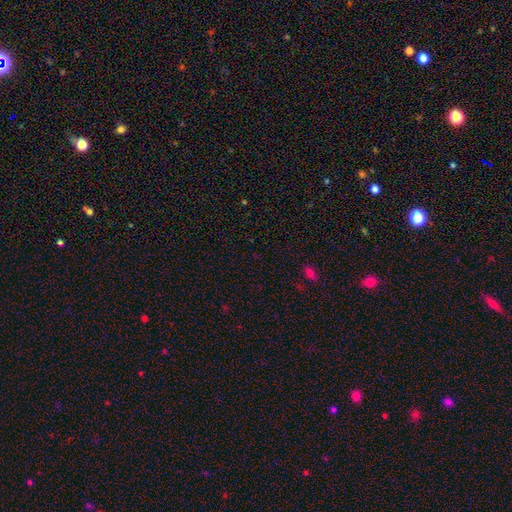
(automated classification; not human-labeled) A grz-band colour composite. It shows a star or artifact, not a galaxy (60%).